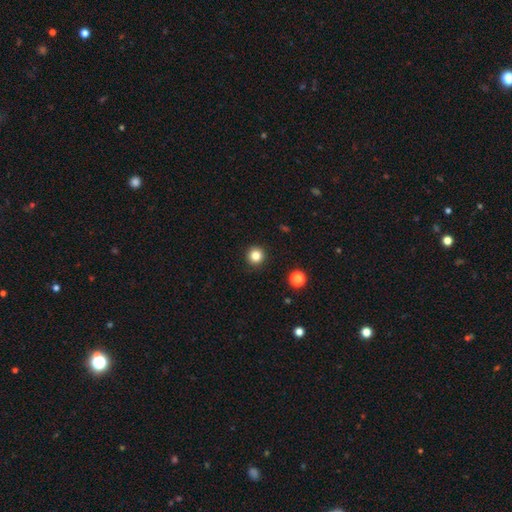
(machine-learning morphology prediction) Q: Smooth or featured?
A: smooth (84%); runner-up: star or artifact (12%)
Q: How rounded?
A: round (95%); runner-up: in between (4%)
Q: Merging?
A: none (92%); runner-up: minor disturbance (5%)